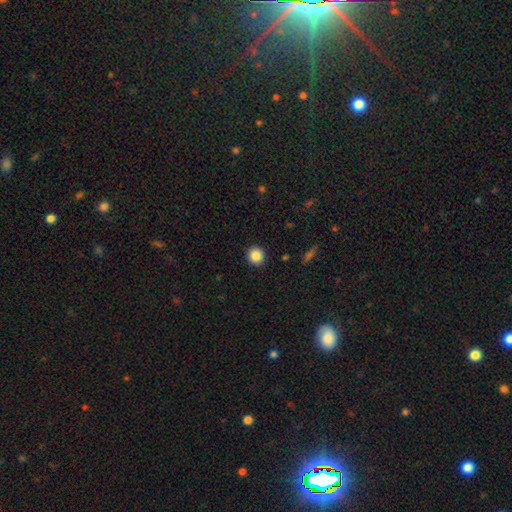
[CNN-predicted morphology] smooth-or-featured: smooth: 86% | star or artifact: 10% | featured or disk: 4%
  how-rounded: round: 90% | in between: 9% | cigar-shaped: 1%
  merging: none: 92% | minor disturbance: 5% | major disturbance: 2% | merger: 1%